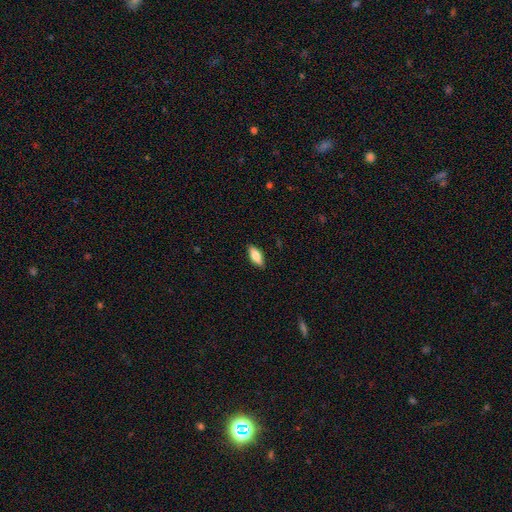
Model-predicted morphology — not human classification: A smooth galaxy with no disk features (75%) that is in between round and cigar-shaped (78%).

Vote fractions:
- Smooth or featured? smooth: 75% / featured or disk: 19% / star or artifact: 6%
- How rounded? in between: 78% / cigar-shaped: 20% / round: 3%
- Merging? none: 88% / minor disturbance: 9% / major disturbance: 2% / merger: 1%